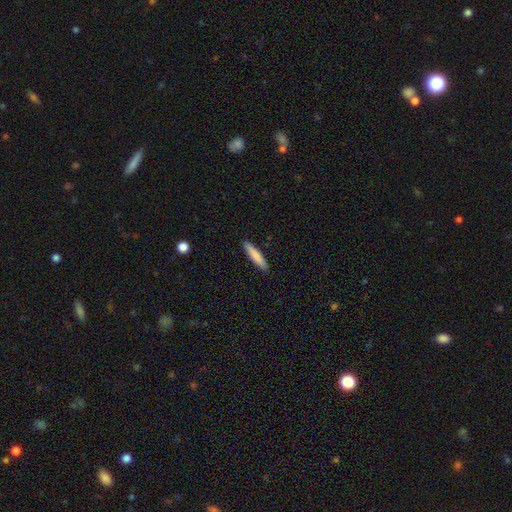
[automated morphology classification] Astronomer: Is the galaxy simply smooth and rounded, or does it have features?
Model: smooth — 79%.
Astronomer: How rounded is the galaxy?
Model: cigar-shaped — 89%.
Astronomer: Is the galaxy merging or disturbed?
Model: none — 91%.